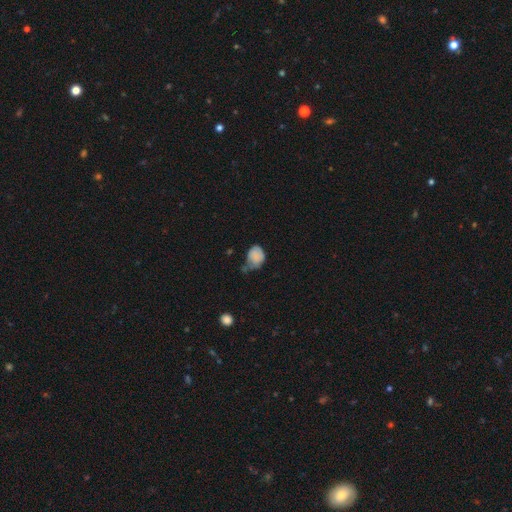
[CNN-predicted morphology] smooth 79%, featured or disk 11%, star or artifact 9%. Down the decision tree: how rounded — in between (55%); merging — minor disturbance (41%).